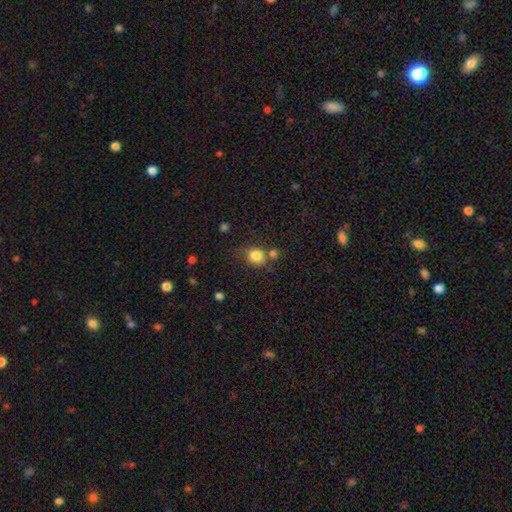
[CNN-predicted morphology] A smooth galaxy with no disk features (82%) that is round (73%). Merging: none (60%).